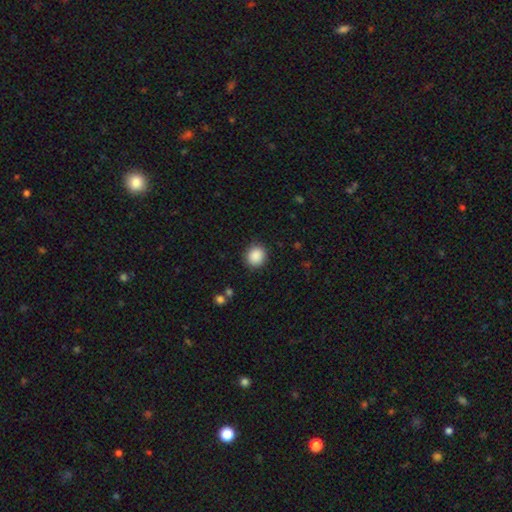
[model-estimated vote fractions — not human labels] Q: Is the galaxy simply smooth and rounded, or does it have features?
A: smooth — 89%.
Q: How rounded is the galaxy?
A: round — 88%.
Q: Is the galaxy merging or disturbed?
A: none — 90%.